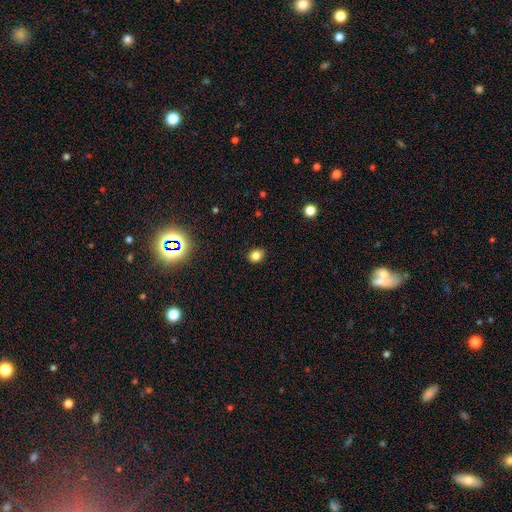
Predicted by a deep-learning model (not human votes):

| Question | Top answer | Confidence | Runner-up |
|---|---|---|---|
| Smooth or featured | smooth | 83% | star or artifact (13%) |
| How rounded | round | 59% | in between (40%) |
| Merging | none | 88% | minor disturbance (9%) |